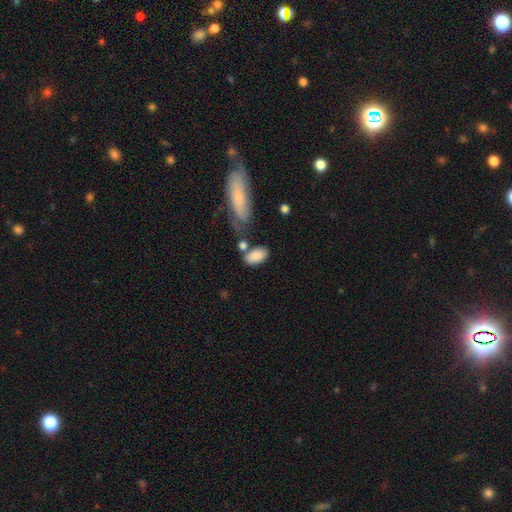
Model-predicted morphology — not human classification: type=smooth (85%); roundness=in between (92%); merging=none (59%).